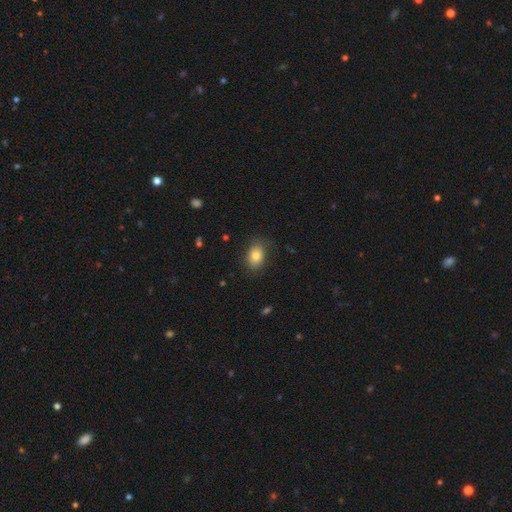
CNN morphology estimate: type=smooth (81%); roundness=in between (77%); merging=none (76%).